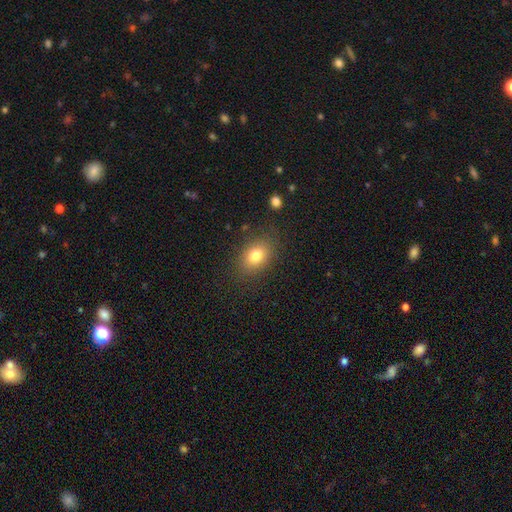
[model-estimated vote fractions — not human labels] Q: Smooth or featured?
A: smooth (79%); runner-up: featured or disk (11%)
Q: How rounded?
A: in between (73%); runner-up: round (25%)
Q: Merging?
A: none (83%); runner-up: minor disturbance (12%)